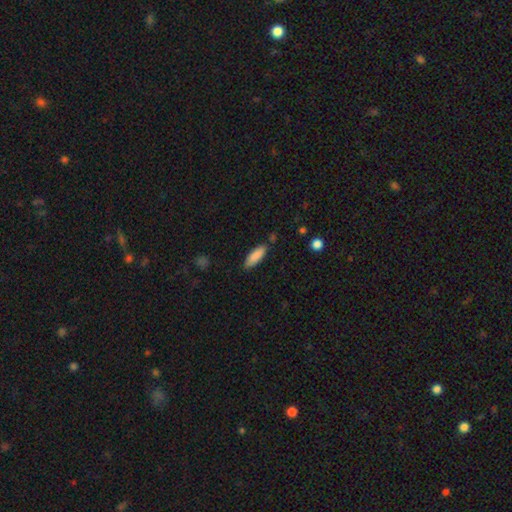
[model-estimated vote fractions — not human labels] Overall: smooth (88%). How rounded: in between (57%; cigar-shaped 41%). Merging: none (82%).